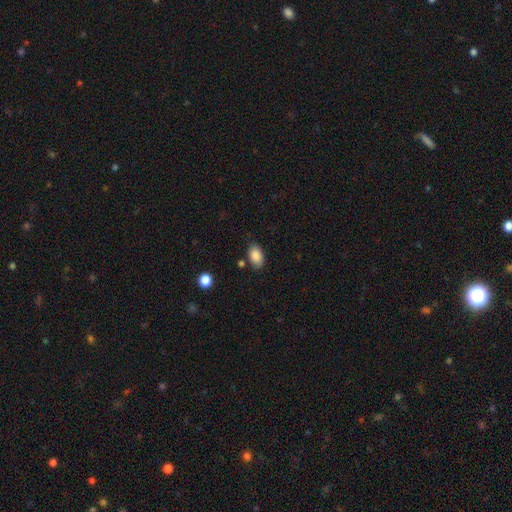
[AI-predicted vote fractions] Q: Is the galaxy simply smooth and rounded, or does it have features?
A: smooth — 87%.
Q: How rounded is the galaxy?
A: in between — 91%.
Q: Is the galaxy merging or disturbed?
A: none — 80%.